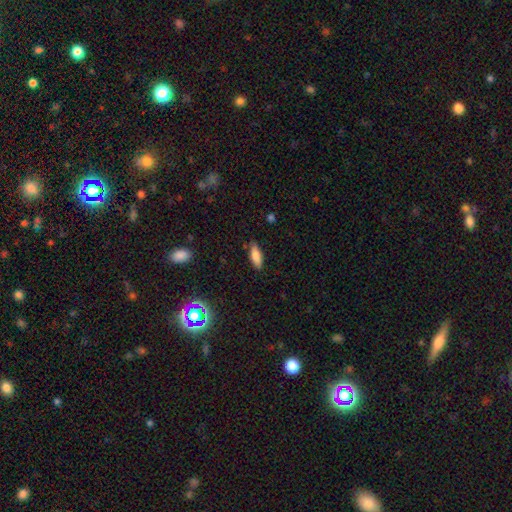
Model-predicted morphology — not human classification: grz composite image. It shows a smooth galaxy with no disk features (80%) that is in between round and cigar-shaped (67%). Merging: none (83%).